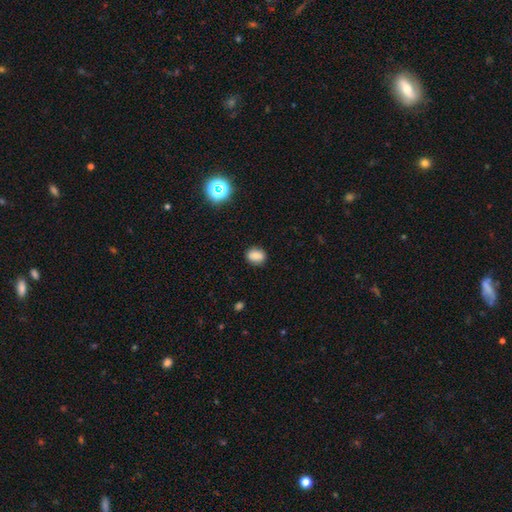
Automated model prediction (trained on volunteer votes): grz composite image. It shows a smooth galaxy with no disk features (79%) that is in between round and cigar-shaped (53%). Merging: none (86%).